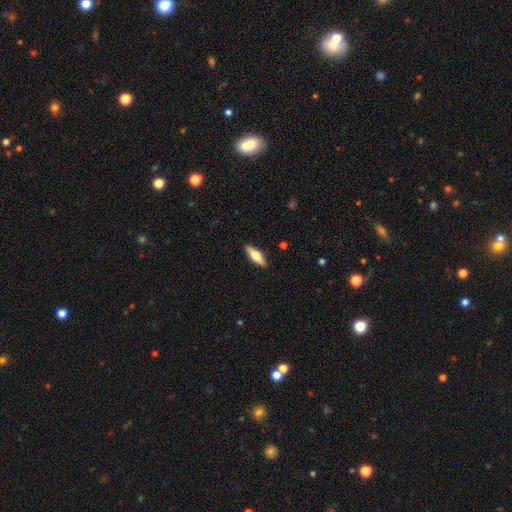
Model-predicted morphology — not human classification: Smooth or featured: smooth — 53% (featured or disk — 41%)
How rounded: cigar-shaped — 50% (in between — 47%)
Merging: none — 90% (minor disturbance — 7%)